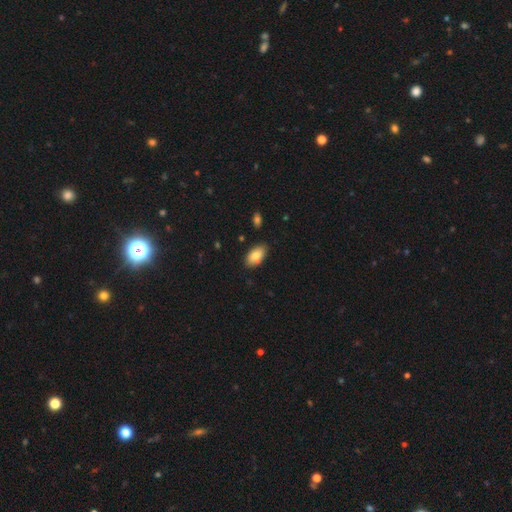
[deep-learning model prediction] Morphology: type=smooth (83%); roundness=in between (95%); merging=none (86%).